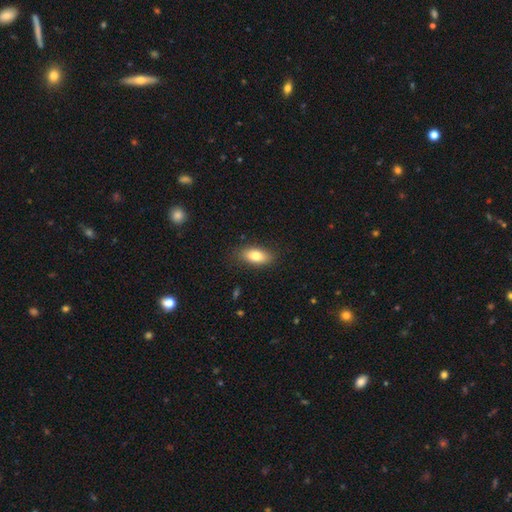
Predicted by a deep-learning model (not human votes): smooth 80%, featured or disk 13%, star or artifact 7%. Down the decision tree: how rounded — in between (87%); merging — none (84%).